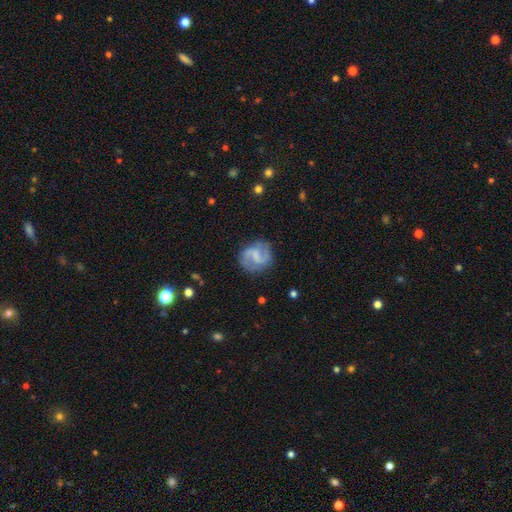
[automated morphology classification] type=featured or disk (73%); edge-on=no (98%); bar=weak (53%); spiral arms=yes (91%); winding=medium (48%); arm count=2 (89%); bulge=none (44%); merging=none (78%).